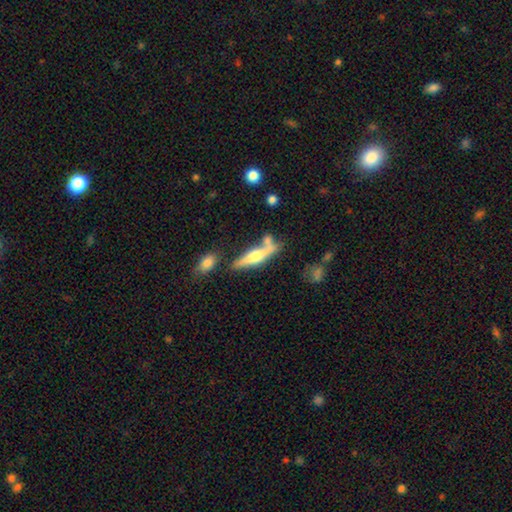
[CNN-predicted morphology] smooth-or-featured: featured or disk: 57% | smooth: 37% | star or artifact: 6%
  disk-edge-on: yes: 92% | no: 8%
    edge-on-bulge: rounded: 89% | boxy: 6% | none: 5%
  merging: none: 58% | merger: 19% | minor disturbance: 17% | major disturbance: 6%